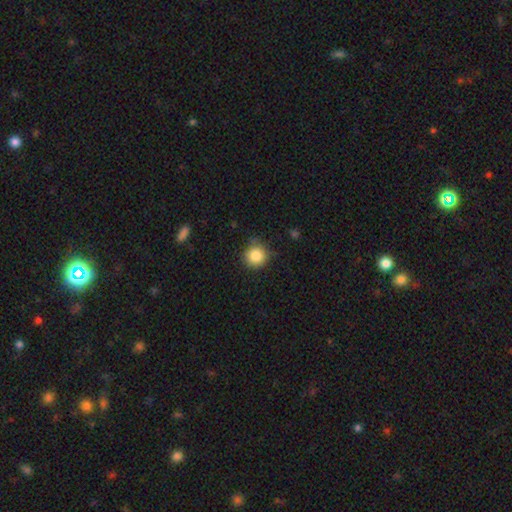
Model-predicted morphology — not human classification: smooth-or-featured: smooth: 85% | star or artifact: 10% | featured or disk: 5%
  how-rounded: round: 91% | in between: 8% | cigar-shaped: 1%
  merging: none: 78% | minor disturbance: 18% | major disturbance: 3% | merger: 2%